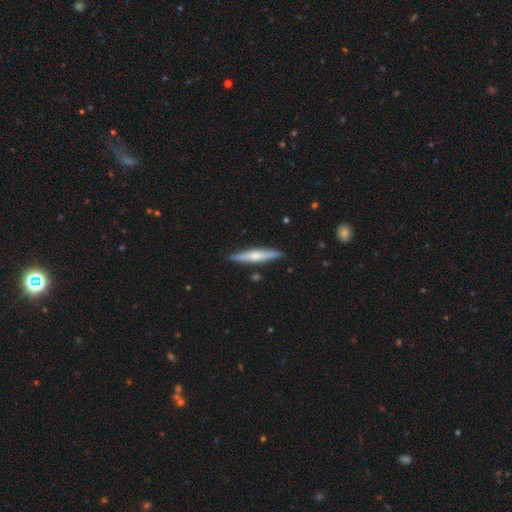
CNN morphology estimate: This is possibly a featured or disk galaxy (48%). Merging: clearly none (88%).